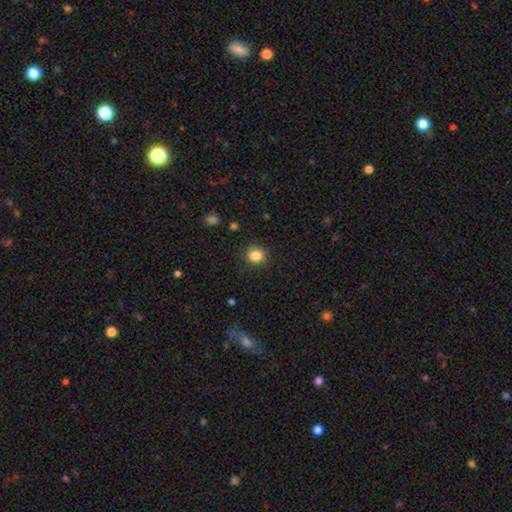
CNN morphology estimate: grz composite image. It shows a smooth galaxy with no disk features (85%) that is round (83%). Merging: none (87%).